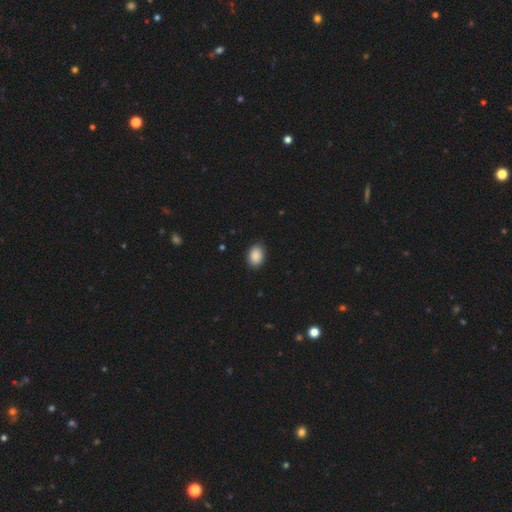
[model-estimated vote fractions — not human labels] This appears to be a smooth galaxy with no disk features (89%) that is in between round and cigar-shaped (79%). Merging: none (87%).